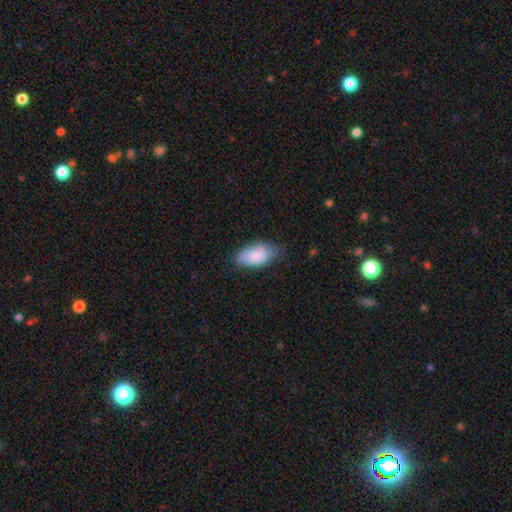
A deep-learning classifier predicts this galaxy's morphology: Q: Smooth or featured?
A: smooth (82%); runner-up: featured or disk (12%)
Q: How rounded?
A: in between (93%); runner-up: round (3%)
Q: Merging?
A: none (59%); runner-up: minor disturbance (33%)